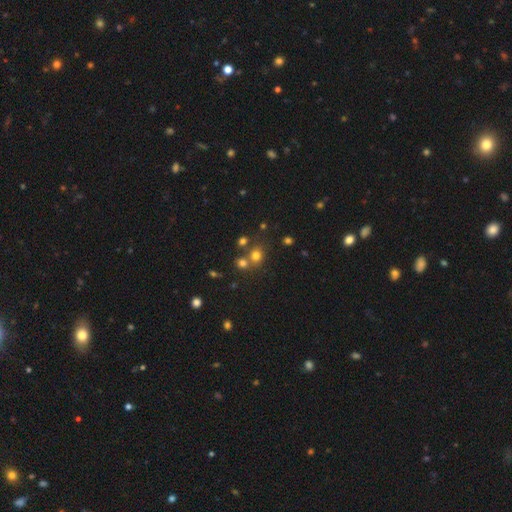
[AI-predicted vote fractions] Morphology: type=smooth (70%); roundness=round (77%); merging=none (58%).